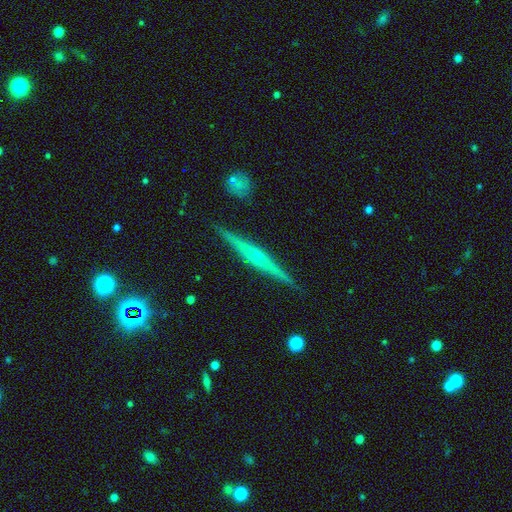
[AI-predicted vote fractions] This appears to be a featured or disk galaxy (71%) viewed edge-on (98%) with a rounded central bulge (47%). Merging: none (90%).